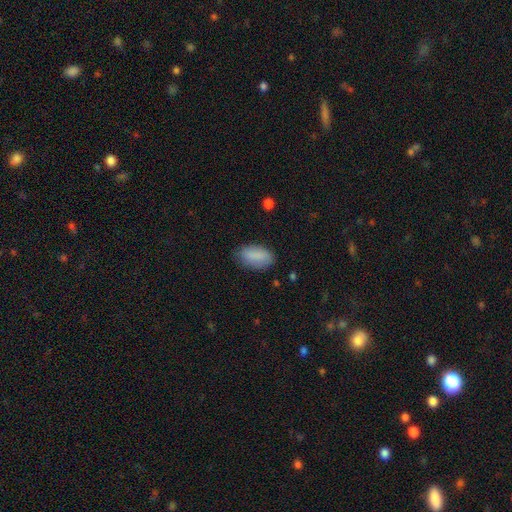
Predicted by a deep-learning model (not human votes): smooth-or-featured: smooth: 87% | star or artifact: 7% | featured or disk: 6%
  how-rounded: in between: 93% | round: 4% | cigar-shaped: 3%
  merging: none: 79% | minor disturbance: 16% | major disturbance: 4% | merger: 1%